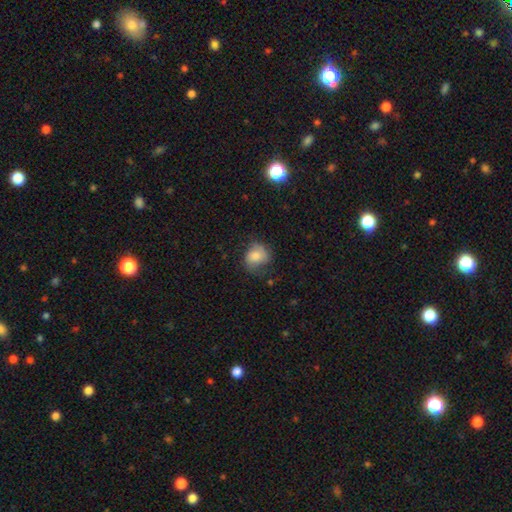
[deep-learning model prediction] Smooth or featured?
  - smooth: 68% *
  - featured or disk: 23%
  - star or artifact: 9%
How rounded?
  - round: 65% *
  - in between: 34%
  - cigar-shaped: 1%
Merging?
  - none: 57% *
  - minor disturbance: 29%
  - major disturbance: 12%
  - merger: 2%